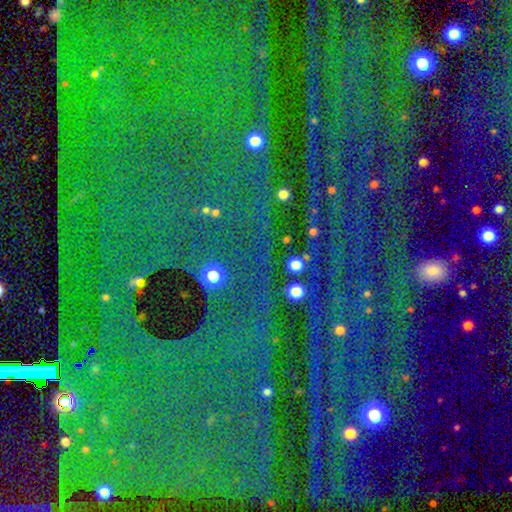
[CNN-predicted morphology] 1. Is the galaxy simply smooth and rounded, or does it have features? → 86% star or artifact, 8% featured or disk, 6% smooth.